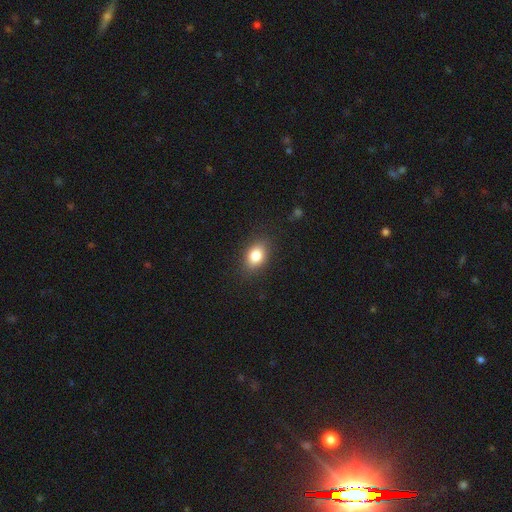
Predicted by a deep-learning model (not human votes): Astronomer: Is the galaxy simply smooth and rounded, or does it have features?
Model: smooth — 82%.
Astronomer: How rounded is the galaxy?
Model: in between — 75%.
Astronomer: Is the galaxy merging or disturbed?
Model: none — 86%.